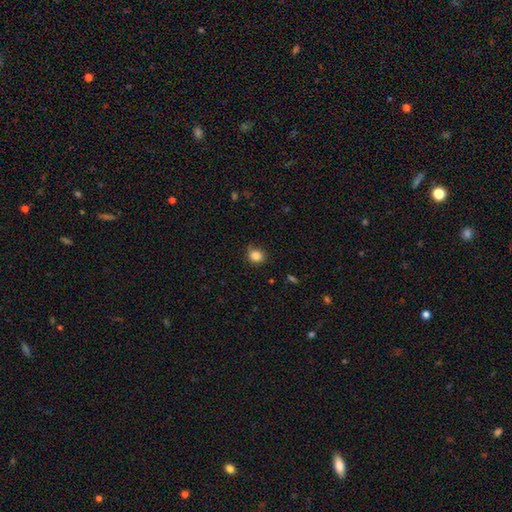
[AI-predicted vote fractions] This is clearly a smooth galaxy (85%). How rounded: likely round (74%). Merging: likely none (76%).